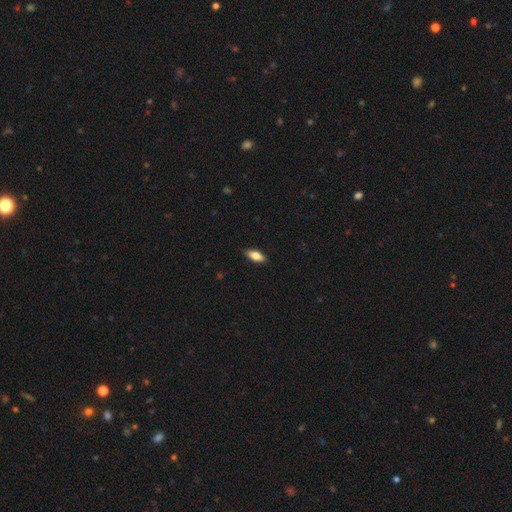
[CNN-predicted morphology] Smooth or featured? smooth (78%)
How rounded? in between (82%)
Merging? none (88%)